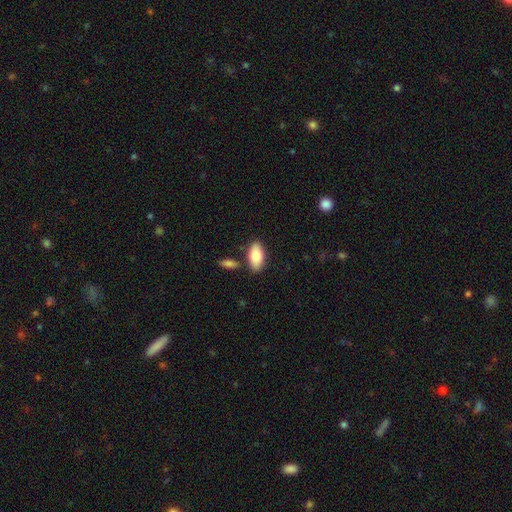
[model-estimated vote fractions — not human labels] Overall: smooth (79%). How rounded: in between (92%). Merging: none (80%).